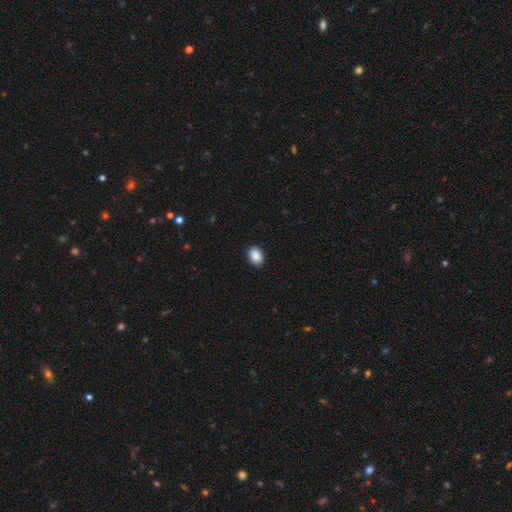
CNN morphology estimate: smooth-or-featured: smooth: 90% | star or artifact: 7% | featured or disk: 3%
  how-rounded: in between: 73% | round: 26% | cigar-shaped: 1%
  merging: none: 90% | minor disturbance: 7% | major disturbance: 2% | merger: 1%